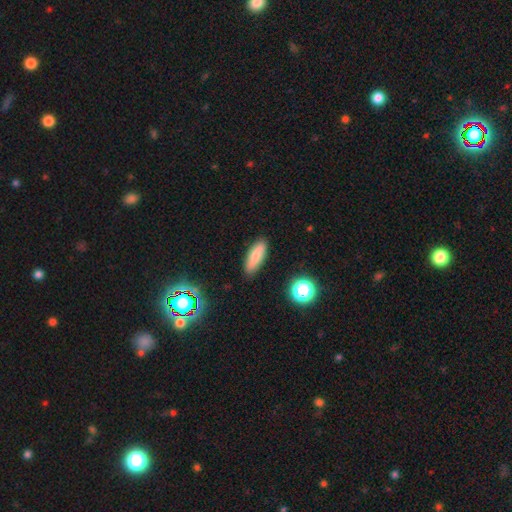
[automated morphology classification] A smooth galaxy with no disk features (79%) that is in between round and cigar-shaped (53%). Merging: none (87%).